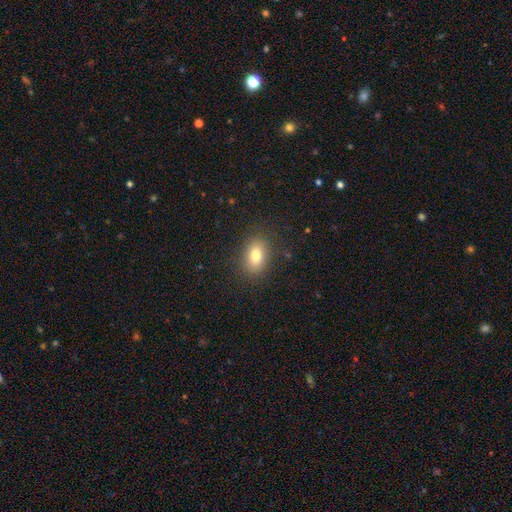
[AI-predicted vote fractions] A smooth galaxy with no disk features (78%) that is in between round and cigar-shaped (79%).

Vote fractions:
- Smooth or featured? smooth: 78% / featured or disk: 12% / star or artifact: 10%
- How rounded? in between: 79% / round: 20% / cigar-shaped: 2%
- Merging? none: 86% / minor disturbance: 9% / major disturbance: 3% / merger: 1%